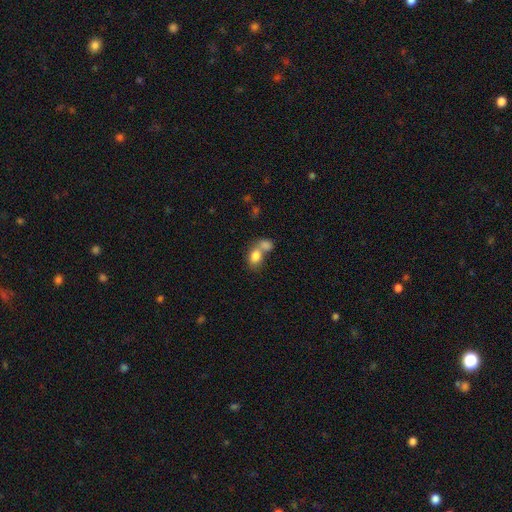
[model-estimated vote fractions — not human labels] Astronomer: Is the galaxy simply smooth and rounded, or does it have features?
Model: smooth — 80%.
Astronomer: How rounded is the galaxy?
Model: in between — 65%.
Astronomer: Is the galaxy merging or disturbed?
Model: merger — 60%.